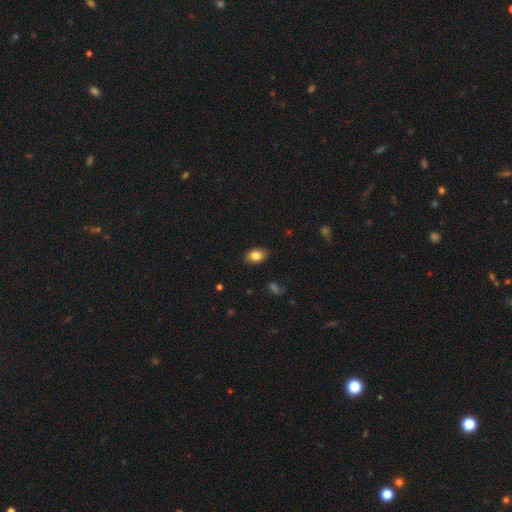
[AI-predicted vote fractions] Smooth or featured? smooth (83%)
How rounded? in between (81%)
Merging? none (86%)